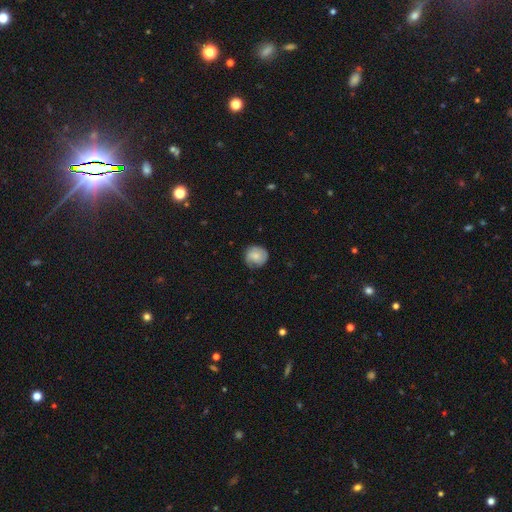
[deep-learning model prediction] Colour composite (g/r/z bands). It shows a smooth galaxy with no disk features (58%) that is round (87%). Merging: none (76%).